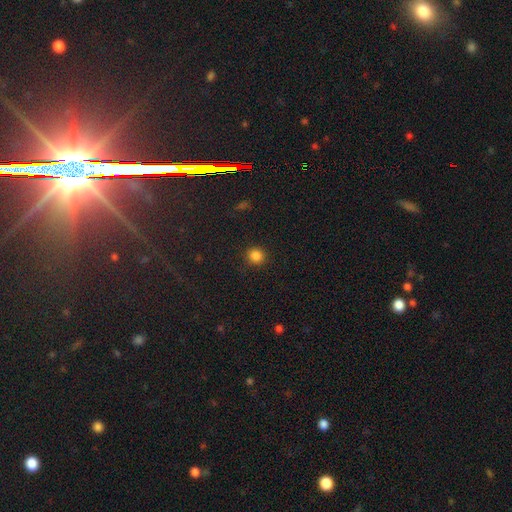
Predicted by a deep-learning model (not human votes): The model was most divided on "smooth or featured": smooth: 85%, star or artifact: 12%, featured or disk: 4%. More confident: merging — none (90%); how rounded — round (89%).